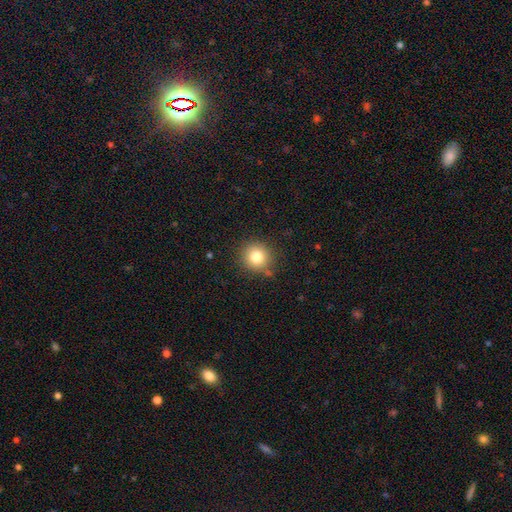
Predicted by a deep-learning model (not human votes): A smooth galaxy with no disk features (81%) that is round (93%). Merging: none (86%).